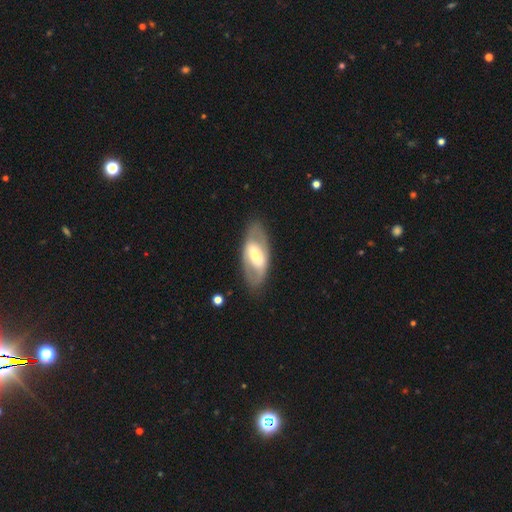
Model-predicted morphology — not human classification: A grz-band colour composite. It shows a featured or disk galaxy (60%) with a strong bar (55%), no spiral arms (62%) and a moderate central bulge (45%). Merging: none (79%).